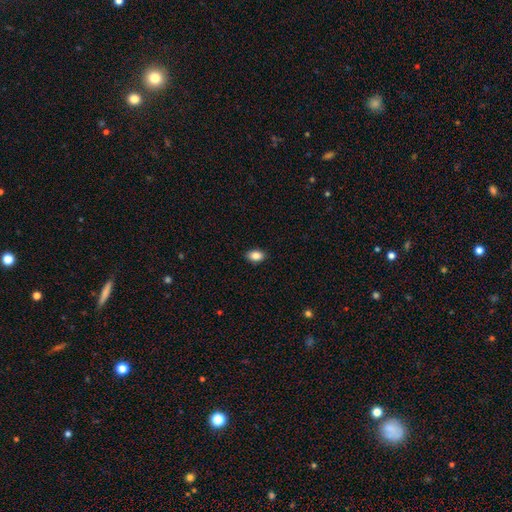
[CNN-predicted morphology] A smooth galaxy with no disk features (87%) that is in between round and cigar-shaped (85%).

Vote fractions:
- Smooth or featured? smooth: 87% / star or artifact: 8% / featured or disk: 5%
- How rounded? in between: 85% / round: 14% / cigar-shaped: 1%
- Merging? none: 89% / minor disturbance: 8% / major disturbance: 2% / merger: 1%